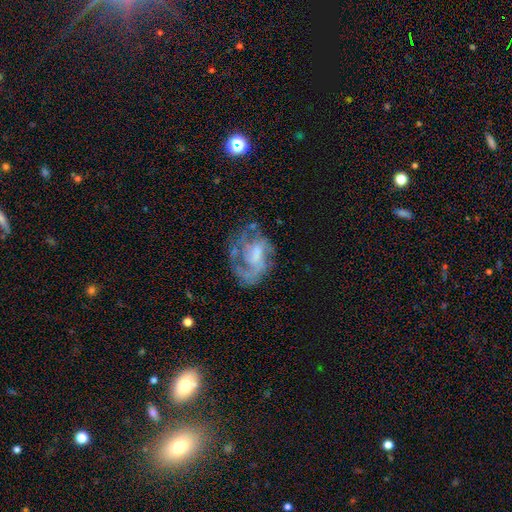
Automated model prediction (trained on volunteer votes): Smooth or featured?
  - featured or disk: 73% *
  - smooth: 18%
  - star or artifact: 8%
Edge-on disk?
  - no: 97% *
  - yes: 3%
Bar?
  - no: 52% *
  - weak: 39%
  - strong: 9%
Spiral arms?
  - yes: 77% *
  - no: 23%
Spiral winding?
  - medium: 40% *
  - tight: 37%
  - loose: 23%
Spiral arm count?
  - can't tell: 34% *
  - 1: 22%
  - 2: 21%
  - 3: 15%
  - 4: 5%
  - more than 4: 3%
Bulge size?
  - none: 35% *
  - moderate: 30%
  - small: 25%
  - large: 9%
  - dominant: 2%
Merging?
  - none: 50% *
  - major disturbance: 26%
  - minor disturbance: 21%
  - merger: 3%